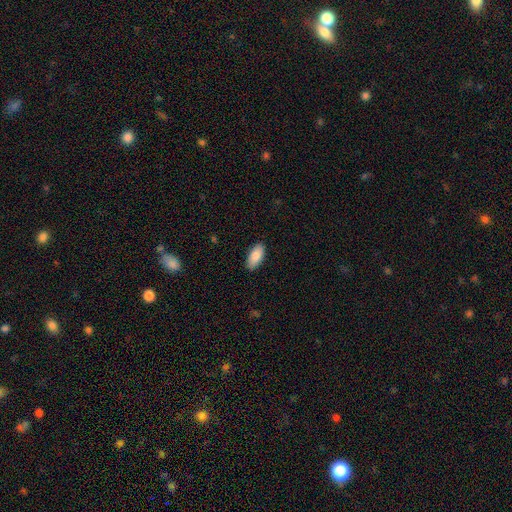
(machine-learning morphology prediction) Overall: smooth (86%). How rounded: in between (91%). Merging: none (89%).